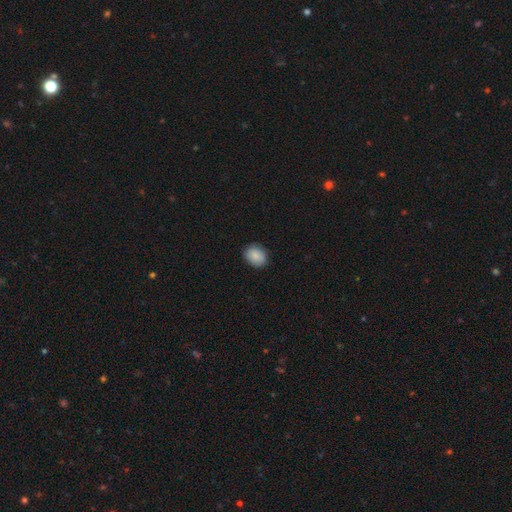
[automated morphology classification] smooth-or-featured: smooth: 87% | star or artifact: 7% | featured or disk: 5%
  how-rounded: in between: 50% | round: 49% | cigar-shaped: 1%
  merging: none: 87% | minor disturbance: 10% | major disturbance: 2% | merger: 1%